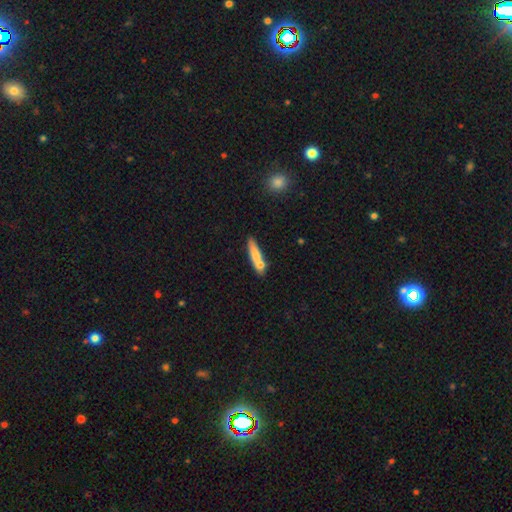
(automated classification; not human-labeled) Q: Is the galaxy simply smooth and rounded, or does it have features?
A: smooth — 67%.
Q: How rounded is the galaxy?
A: cigar-shaped — 81%.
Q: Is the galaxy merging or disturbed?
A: none — 54%.